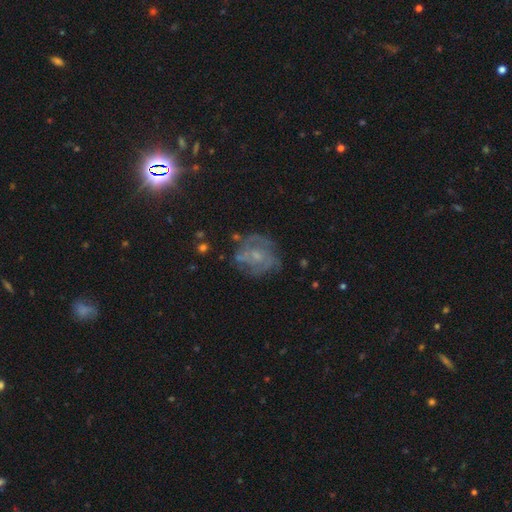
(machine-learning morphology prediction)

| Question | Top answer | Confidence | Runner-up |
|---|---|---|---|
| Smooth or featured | featured or disk | 71% | smooth (16%) |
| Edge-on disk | no | 97% | yes (3%) |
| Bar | no | 65% | weak (30%) |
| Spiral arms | yes | 82% | no (18%) |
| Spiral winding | tight | 47% | medium (40%) |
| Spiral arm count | can't tell | 37% | 3 (23%) |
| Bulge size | small | 55% | moderate (28%) |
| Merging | none | 69% | minor disturbance (18%) |